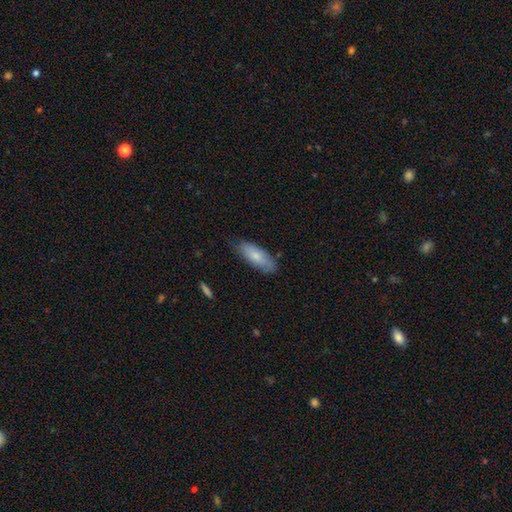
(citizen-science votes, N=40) Morphology: type=smooth (80%); roundness=in between (84%); merging=none (68%).